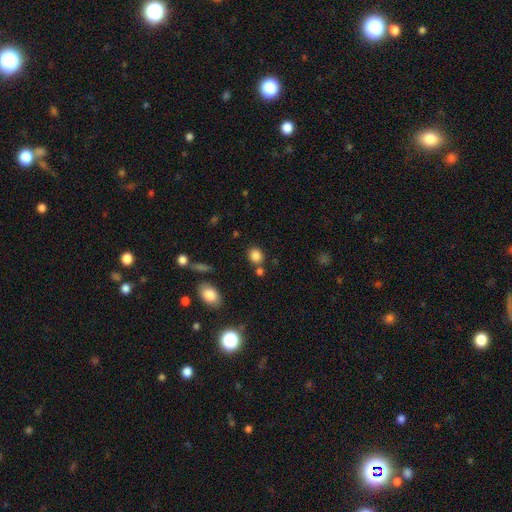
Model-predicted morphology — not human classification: smooth 83%, star or artifact 11%, featured or disk 5%. Down the decision tree: how rounded — round (73%); merging — none (75%).